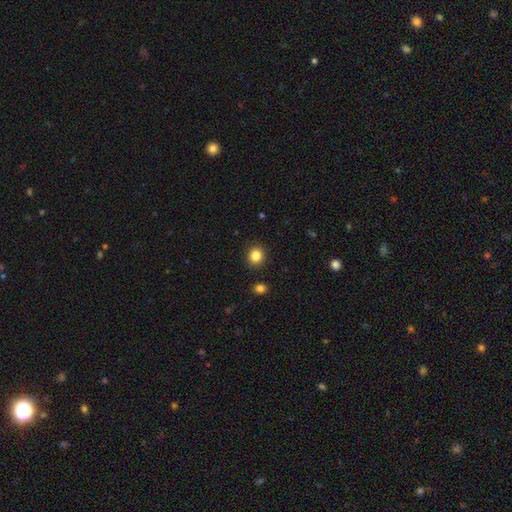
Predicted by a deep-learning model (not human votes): smooth 84%, star or artifact 11%, featured or disk 5%. Down the decision tree: how rounded — round (83%); merging — none (91%).